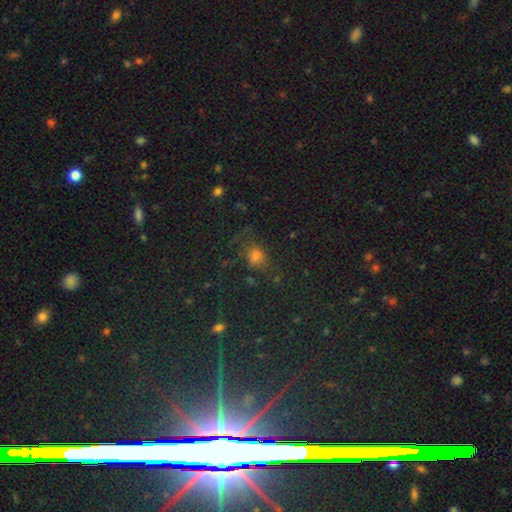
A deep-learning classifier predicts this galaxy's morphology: This is likely a smooth galaxy (60%). How rounded: possibly in between (50%). Merging: possibly none (57%).